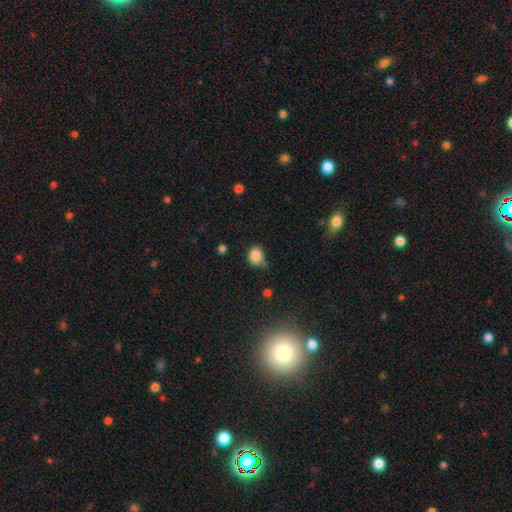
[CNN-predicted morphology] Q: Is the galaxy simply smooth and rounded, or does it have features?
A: smooth — 85%.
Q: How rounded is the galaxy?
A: round — 65%.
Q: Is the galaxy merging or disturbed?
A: none — 61%.